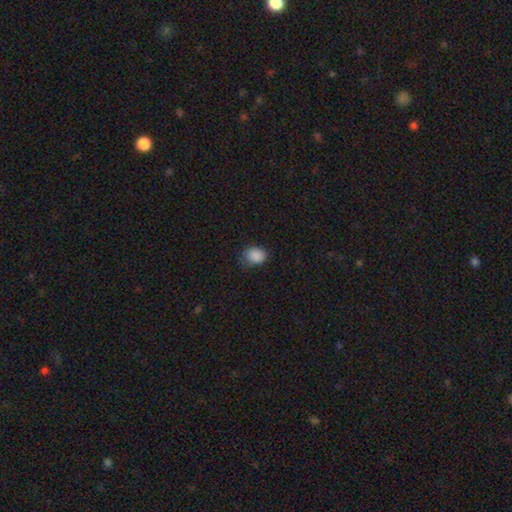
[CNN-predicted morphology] smooth-or-featured: smooth: 87% | star or artifact: 10% | featured or disk: 4%
  how-rounded: round: 52% | in between: 47% | cigar-shaped: 1%
  merging: none: 70% | minor disturbance: 24% | major disturbance: 5% | merger: 1%